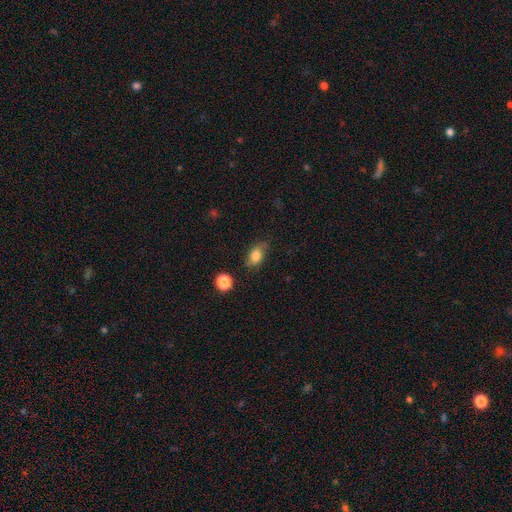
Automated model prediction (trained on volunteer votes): Q: Smooth or featured?
A: smooth (76%); runner-up: featured or disk (14%)
Q: How rounded?
A: in between (80%); runner-up: round (17%)
Q: Merging?
A: none (70%); runner-up: minor disturbance (22%)